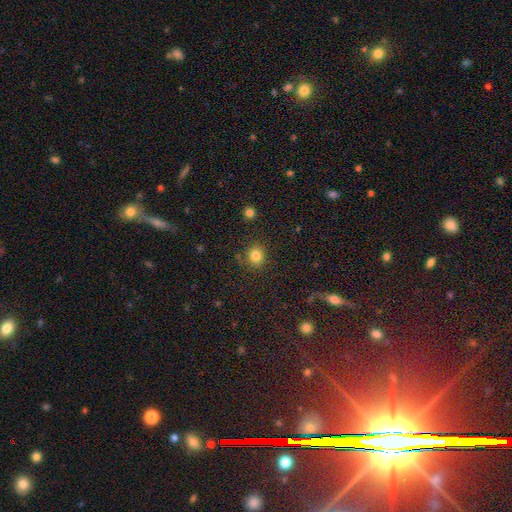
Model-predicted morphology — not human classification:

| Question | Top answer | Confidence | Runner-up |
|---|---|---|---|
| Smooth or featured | smooth | 82% | star or artifact (13%) |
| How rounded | round | 85% | in between (14%) |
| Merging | none | 86% | minor disturbance (9%) |